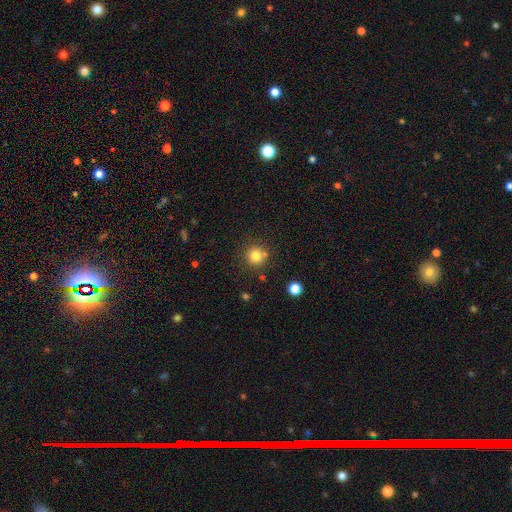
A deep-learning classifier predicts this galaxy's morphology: This appears to be a smooth galaxy with no disk features (80%) that is round (93%). Merging: none (77%).